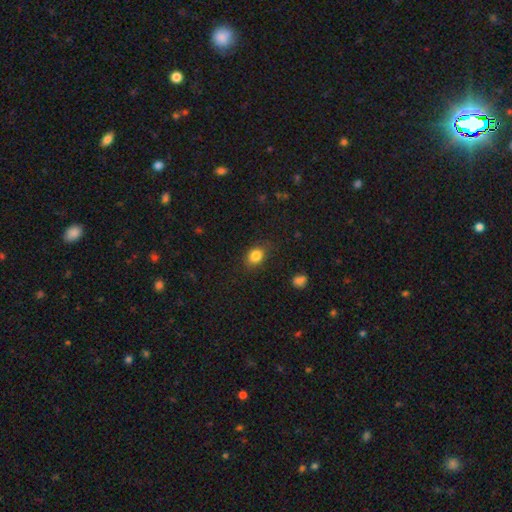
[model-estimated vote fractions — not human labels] Smooth or featured? Predicted: smooth (p=0.84). How rounded? Predicted: in between (p=0.66). Merging? Predicted: none (p=0.78).